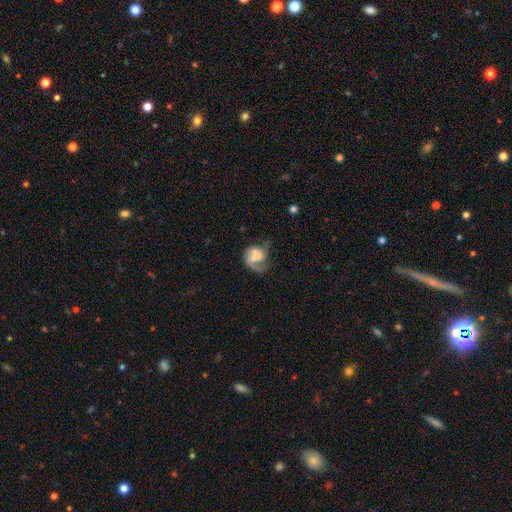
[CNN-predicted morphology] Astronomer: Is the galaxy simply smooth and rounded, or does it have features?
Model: featured or disk — 55% (runner-up: smooth, 37%).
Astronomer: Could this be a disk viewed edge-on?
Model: no — 97%.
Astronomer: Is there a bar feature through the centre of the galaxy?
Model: no — 60%.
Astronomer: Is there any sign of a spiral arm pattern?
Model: yes — 77%.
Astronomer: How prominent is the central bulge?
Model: small — 34% (runner-up: moderate, 33%).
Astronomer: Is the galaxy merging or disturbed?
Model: major disturbance — 40% (runner-up: none, 31%).